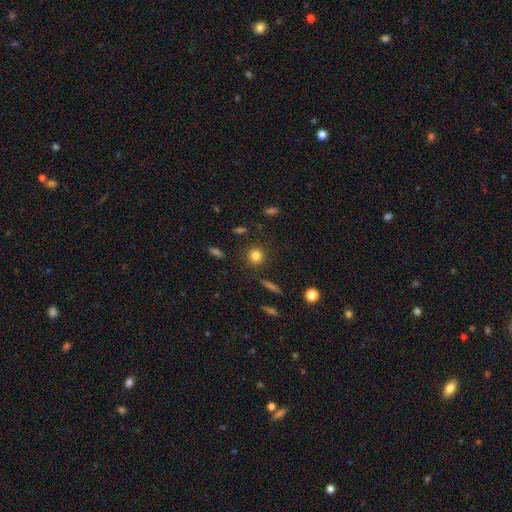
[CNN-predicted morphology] smooth_or_featured: smooth (p=0.81) [alt: star or artifact p=0.12]
how_rounded: round (p=0.88) [alt: in between p=0.11]
merging: none (p=0.88) [alt: minor disturbance p=0.08]